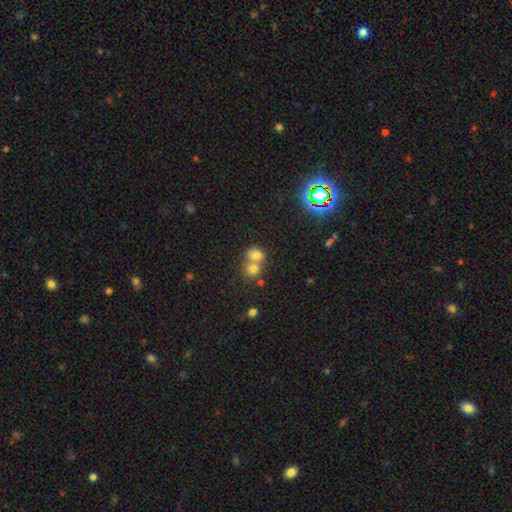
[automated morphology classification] Smooth or featured? smooth (70%)
How rounded? round (58%)
Merging? merger (62%)